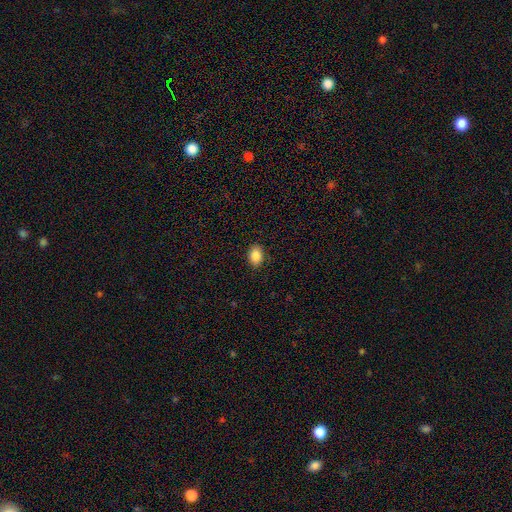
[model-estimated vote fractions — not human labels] smooth_or_featured: smooth (p=0.87) [alt: star or artifact p=0.09]
how_rounded: in between (p=0.72) [alt: round p=0.27]
merging: none (p=0.86) [alt: minor disturbance p=0.10]